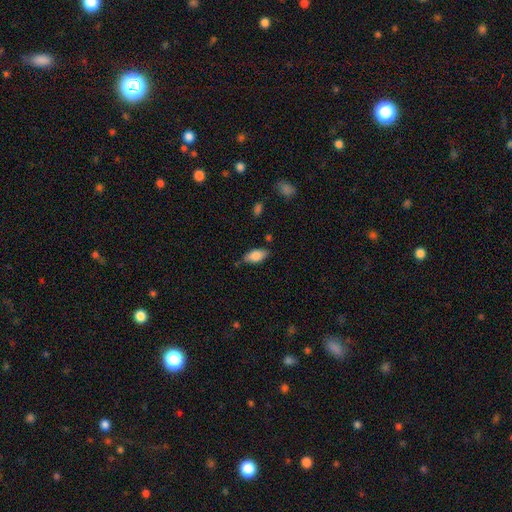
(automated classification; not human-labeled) Morphology: type=smooth (82%); roundness=in between (89%); merging=none (76%).